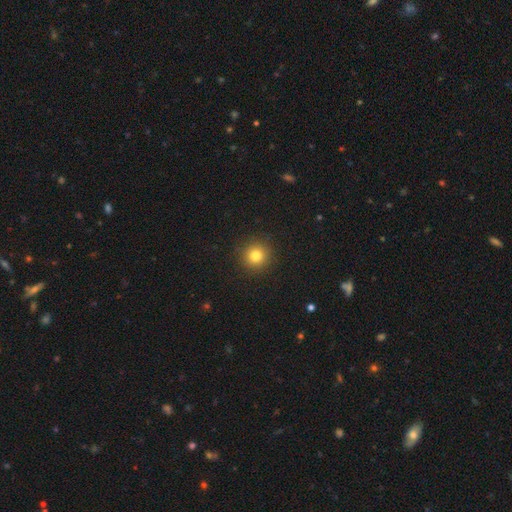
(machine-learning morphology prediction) Smooth or featured: smooth — 81% (star or artifact — 13%)
How rounded: round — 95% (in between — 4%)
Merging: none — 92% (minor disturbance — 5%)